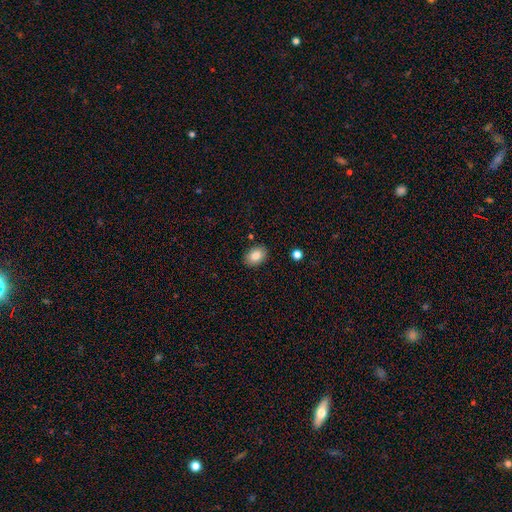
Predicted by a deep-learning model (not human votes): Morphology: type=smooth (84%); roundness=in between (81%); merging=none (88%).